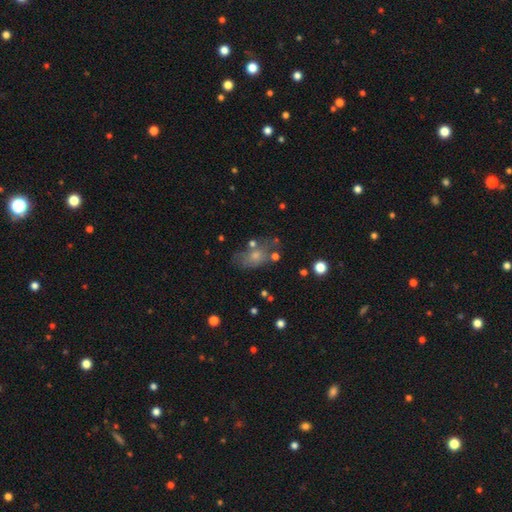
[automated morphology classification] smooth_or_featured: smooth (p=0.64) [alt: featured or disk p=0.24]
how_rounded: in between (p=0.80) [alt: round p=0.17]
merging: none (p=0.47) [alt: minor disturbance p=0.24]